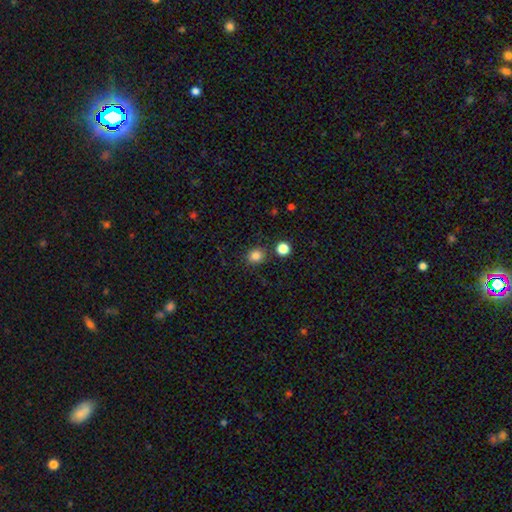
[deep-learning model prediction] smooth_or_featured: smooth (p=0.83) [alt: star or artifact p=0.12]
how_rounded: round (p=0.75) [alt: in between p=0.24]
merging: none (p=0.83) [alt: minor disturbance p=0.08]